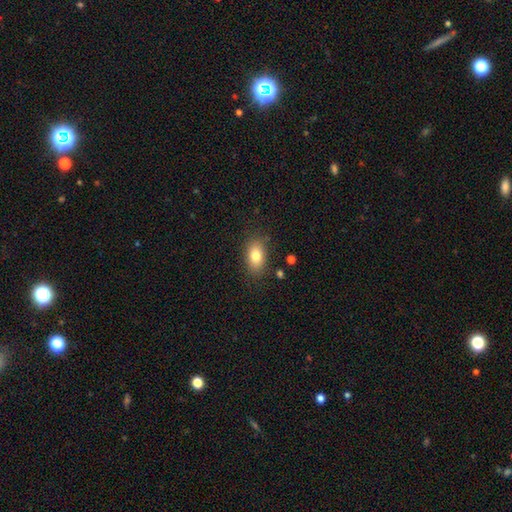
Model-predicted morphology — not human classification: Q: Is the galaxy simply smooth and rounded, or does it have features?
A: smooth — 80%.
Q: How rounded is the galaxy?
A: in between — 86%.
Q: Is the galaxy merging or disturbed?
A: none — 82%.